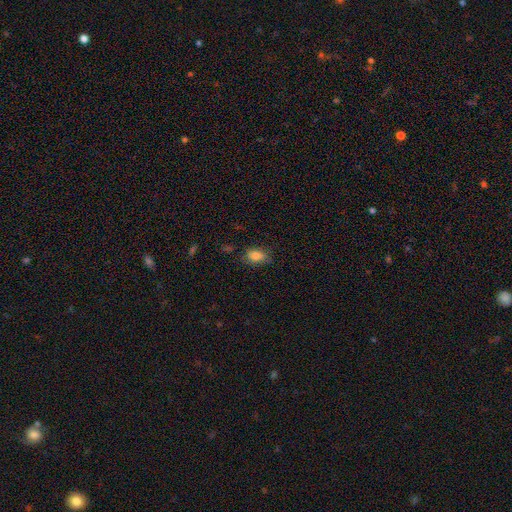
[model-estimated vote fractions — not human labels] smooth 82%, star or artifact 10%, featured or disk 8%. Down the decision tree: how rounded — in between (82%); merging — none (74%).